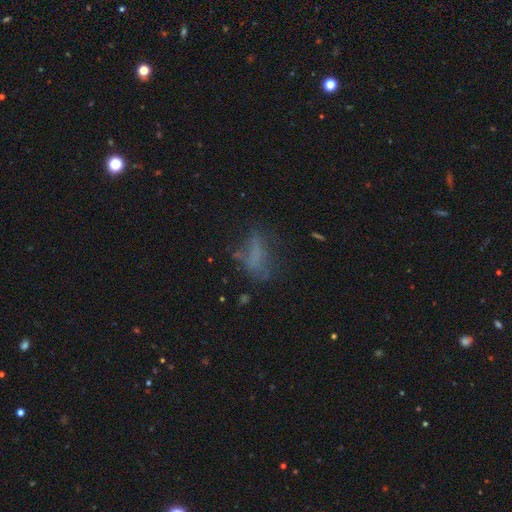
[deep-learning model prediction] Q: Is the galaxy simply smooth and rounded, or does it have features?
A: smooth — 51%.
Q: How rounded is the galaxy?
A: in between — 63%.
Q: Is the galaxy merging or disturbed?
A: none — 45%.